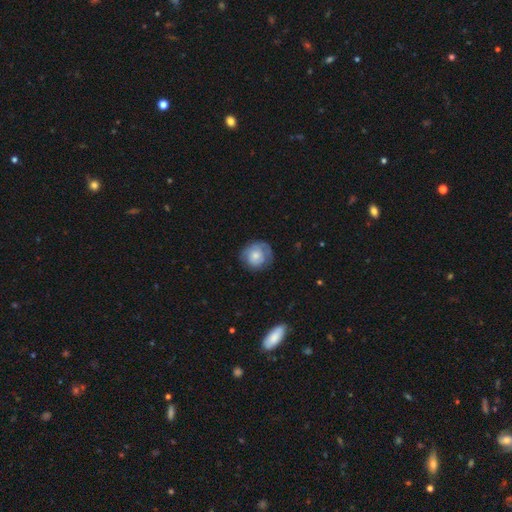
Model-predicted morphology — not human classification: smooth_or_featured: smooth (p=0.58) [alt: featured or disk p=0.35]
how_rounded: round (p=0.86) [alt: in between p=0.13]
merging: none (p=0.67) [alt: minor disturbance p=0.22]